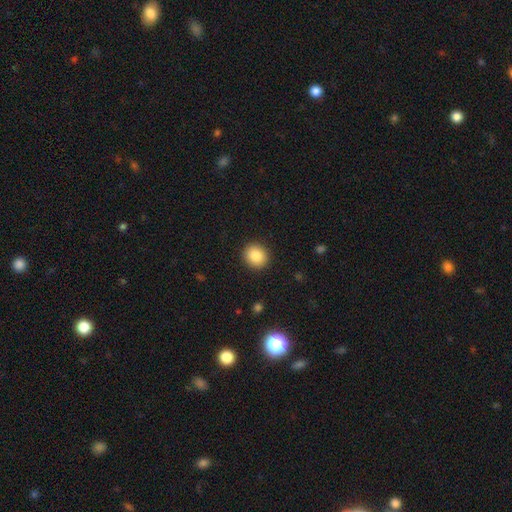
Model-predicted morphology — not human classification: smooth 84%, star or artifact 9%, featured or disk 7%. Down the decision tree: how rounded — round (87%); merging — none (91%).